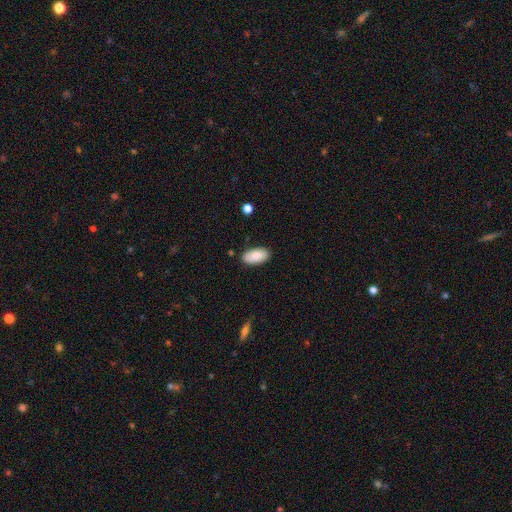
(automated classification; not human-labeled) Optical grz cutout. It shows a smooth galaxy with no disk features (85%) that is in between round and cigar-shaped (95%). Merging: none (84%).